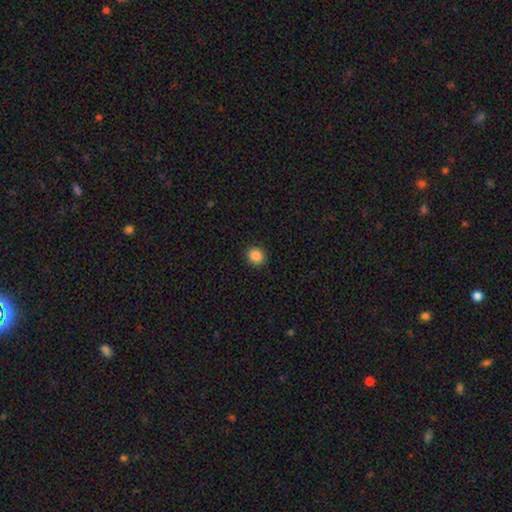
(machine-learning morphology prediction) smooth-or-featured: smooth: 87% | star or artifact: 10% | featured or disk: 4%
  how-rounded: round: 86% | in between: 13% | cigar-shaped: 1%
  merging: none: 92% | minor disturbance: 6% | major disturbance: 2% | merger: 1%